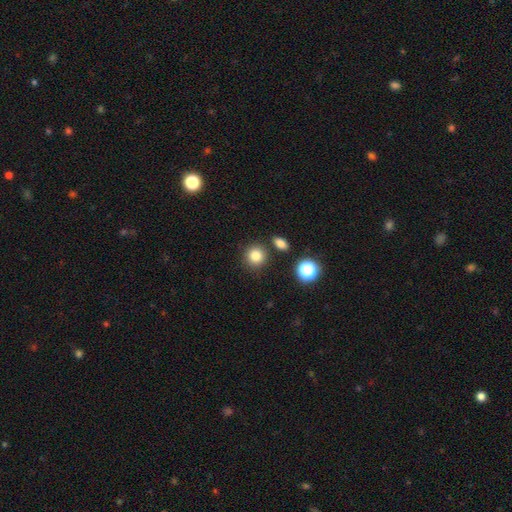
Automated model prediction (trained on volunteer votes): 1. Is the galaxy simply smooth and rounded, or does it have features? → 83% smooth, 12% star or artifact, 5% featured or disk.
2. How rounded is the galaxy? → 89% round, 10% in between, 1% cigar-shaped.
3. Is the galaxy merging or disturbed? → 83% none, 8% minor disturbance, 6% merger, 3% major disturbance.